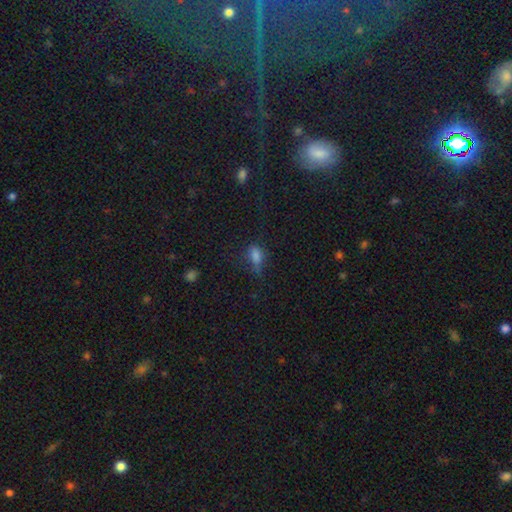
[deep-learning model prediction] Smooth or featured? Predicted: smooth (p=0.71). How rounded? Predicted: in between (p=0.77). Merging? Predicted: none (p=0.44).